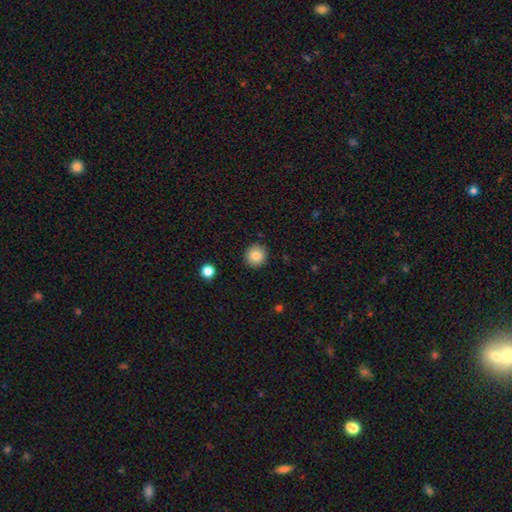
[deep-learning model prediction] smooth-or-featured: smooth: 84% | star or artifact: 9% | featured or disk: 6%
  how-rounded: round: 90% | in between: 9% | cigar-shaped: 1%
  merging: none: 90% | minor disturbance: 7% | major disturbance: 2% | merger: 1%